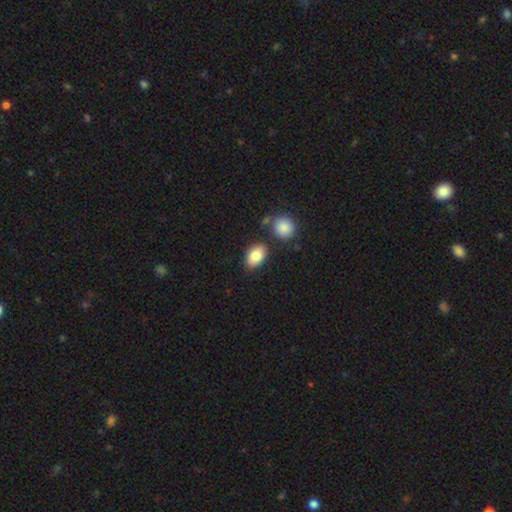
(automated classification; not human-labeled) The model was most divided on "merging": none: 76%, minor disturbance: 12%, merger: 9%, major disturbance: 3%. More confident: how rounded — in between (88%); smooth or featured — smooth (85%).